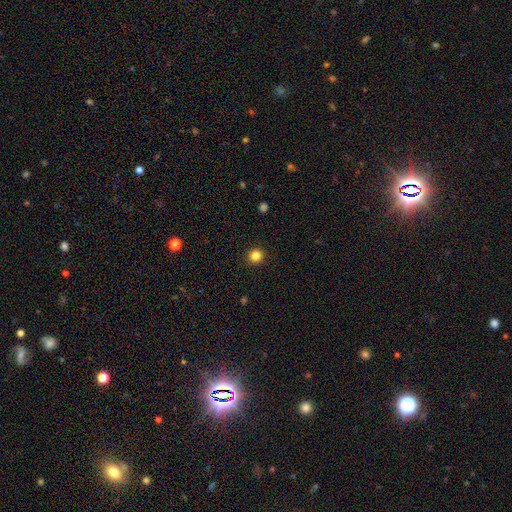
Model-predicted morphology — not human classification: The model was most divided on "smooth or featured": smooth: 84%, star or artifact: 12%, featured or disk: 4%. More confident: how rounded — round (94%); merging — none (93%).